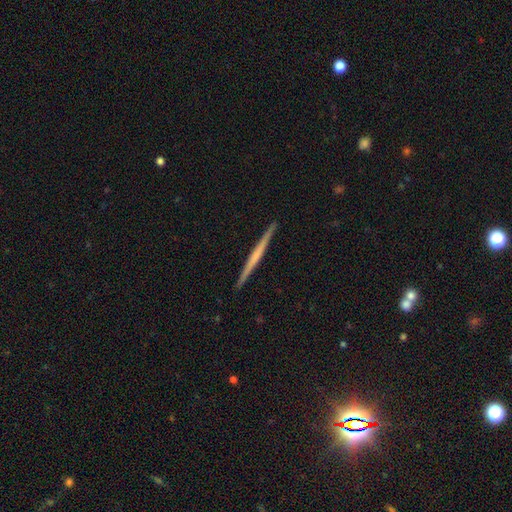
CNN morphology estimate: Smooth or featured: featured or disk — 59% (smooth — 35%)
Edge-on disk: yes — 98% (no — 2%)
Edge-on bulge: none — 80% (rounded — 13%)
Merging: none — 93% (minor disturbance — 5%)